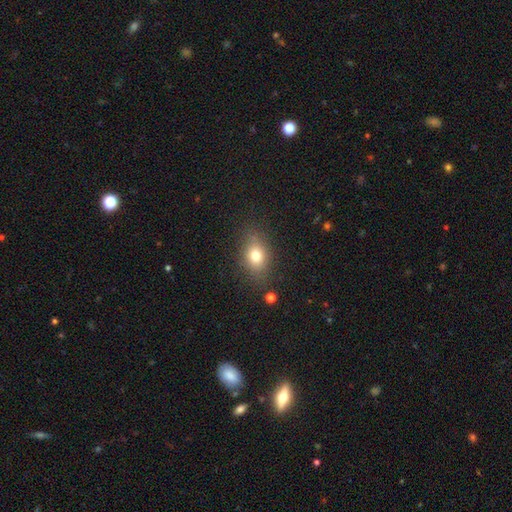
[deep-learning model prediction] smooth 75%, star or artifact 13%, featured or disk 13%. Down the decision tree: how rounded — in between (66%); merging — none (79%).